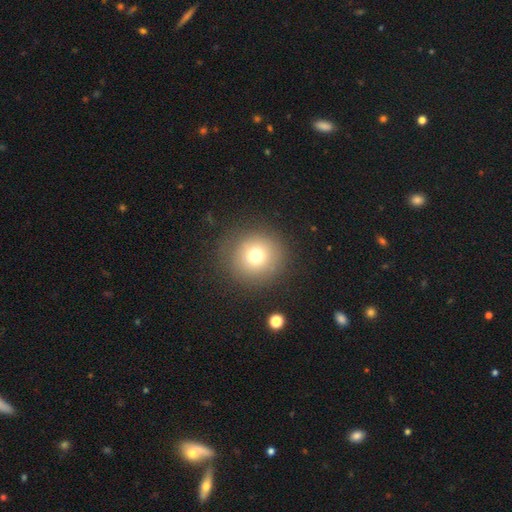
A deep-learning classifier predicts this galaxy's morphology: Smooth or featured: smooth — 73% (star or artifact — 15%)
How rounded: round — 95% (in between — 4%)
Merging: none — 84% (minor disturbance — 9%)